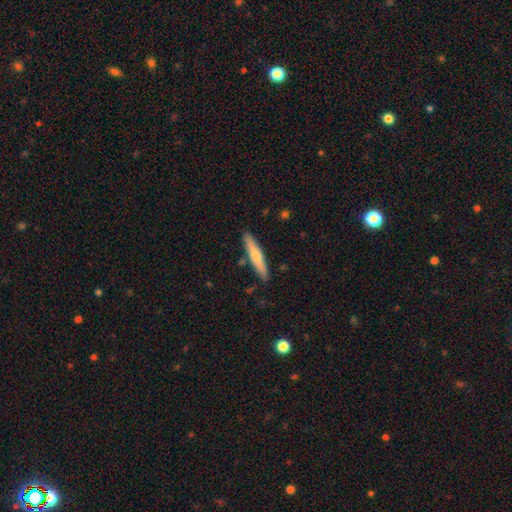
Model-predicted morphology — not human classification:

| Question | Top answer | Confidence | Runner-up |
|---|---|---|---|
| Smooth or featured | smooth | 54% | featured or disk (40%) |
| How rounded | cigar-shaped | 89% | in between (10%) |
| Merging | none | 86% | minor disturbance (9%) |